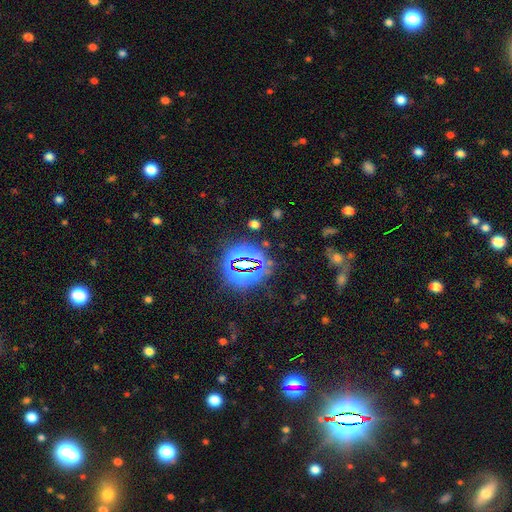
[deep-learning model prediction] Smooth or featured? Predicted: star or artifact (p=0.77).